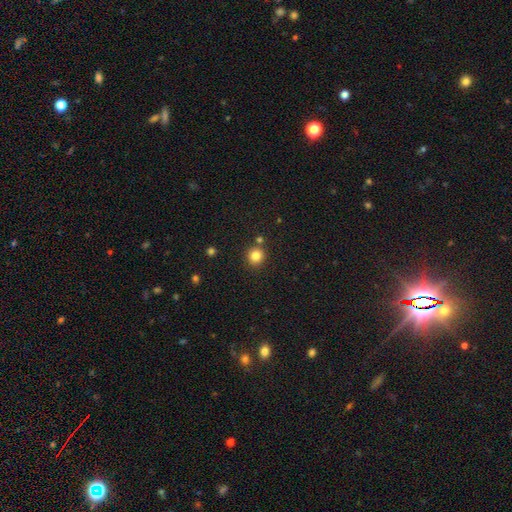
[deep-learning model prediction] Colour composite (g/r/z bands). It shows a smooth galaxy with no disk features (83%) that is round (89%). Merging: none (83%).